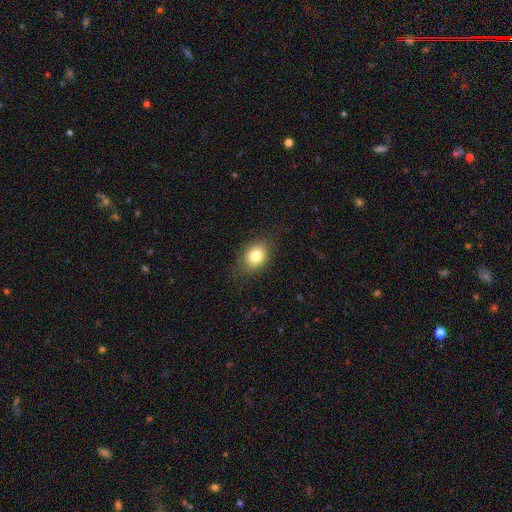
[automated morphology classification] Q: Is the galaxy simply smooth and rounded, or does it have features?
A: smooth — 79%.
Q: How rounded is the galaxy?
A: in between — 55%.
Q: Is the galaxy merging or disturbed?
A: none — 81%.